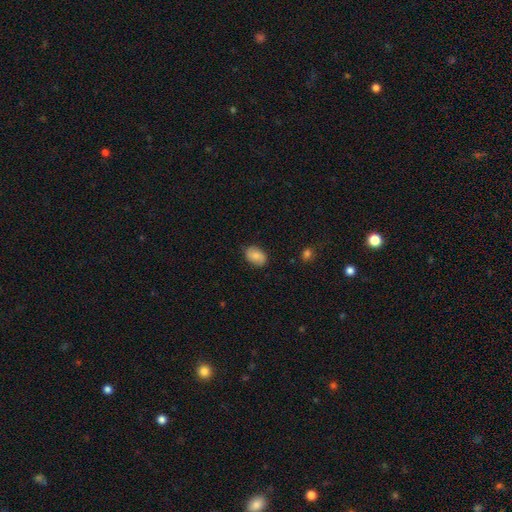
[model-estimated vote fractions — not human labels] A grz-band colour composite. It shows a smooth galaxy with no disk features (77%) that is in between round and cigar-shaped (84%). Merging: none (83%).